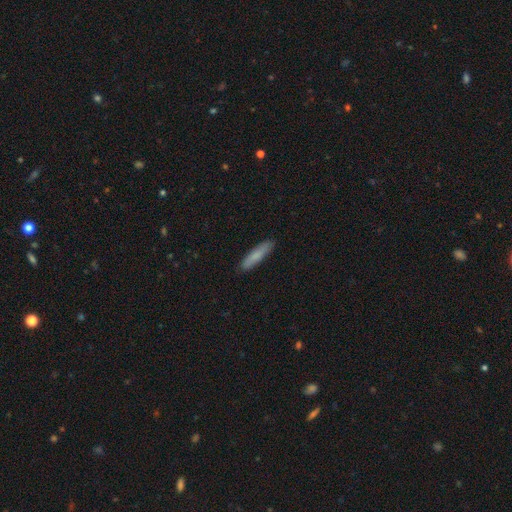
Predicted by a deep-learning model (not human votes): A smooth galaxy with no disk features (81%) that is cigar-shaped (82%).

Vote fractions:
- Smooth or featured? smooth: 81% / featured or disk: 14% / star or artifact: 6%
- How rounded? cigar-shaped: 82% / in between: 17% / round: 1%
- Merging? none: 88% / minor disturbance: 9% / major disturbance: 2% / merger: 1%